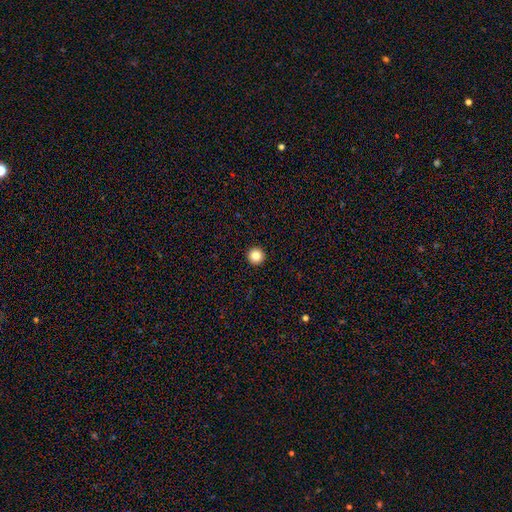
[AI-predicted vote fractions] A smooth galaxy with no disk features (84%) that is round (97%).

Vote fractions:
- Smooth or featured? smooth: 84% / star or artifact: 11% / featured or disk: 6%
- How rounded? round: 97% / in between: 2% / cigar-shaped: 1%
- Merging? none: 95% / minor disturbance: 3% / major disturbance: 1% / merger: 1%